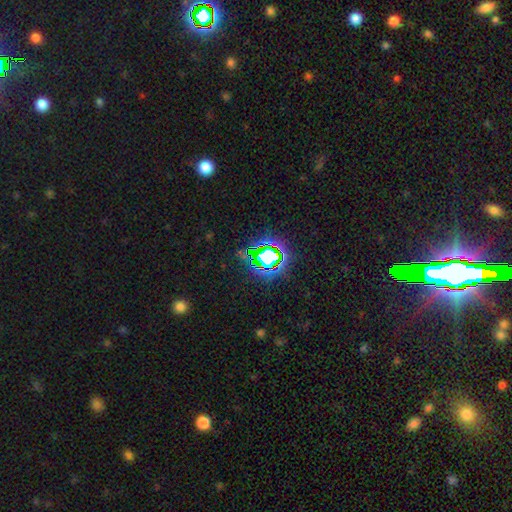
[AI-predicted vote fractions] smooth_or_featured: star or artifact (p=0.79) [alt: smooth p=0.13]